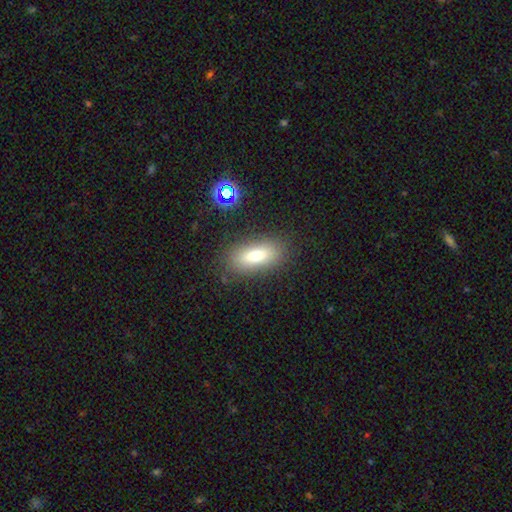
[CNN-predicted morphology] A smooth galaxy with no disk features (75%) that is in between round and cigar-shaped (82%).

Vote fractions:
- Smooth or featured? smooth: 75% / featured or disk: 15% / star or artifact: 10%
- How rounded? in between: 82% / cigar-shaped: 14% / round: 4%
- Merging? none: 84% / minor disturbance: 10% / major disturbance: 4% / merger: 2%